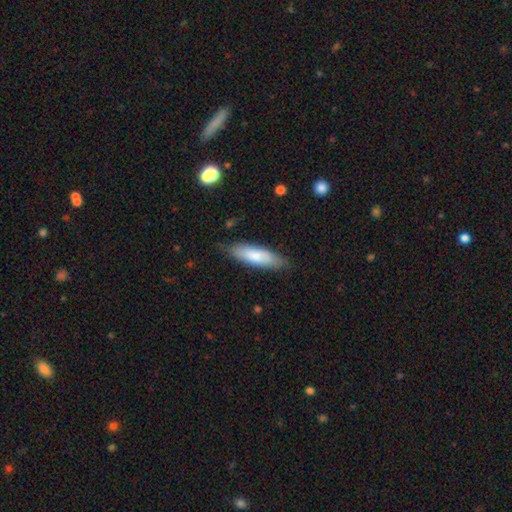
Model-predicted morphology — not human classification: type=smooth (75%); roundness=cigar-shaped (49%, tied with in between); merging=none (80%).